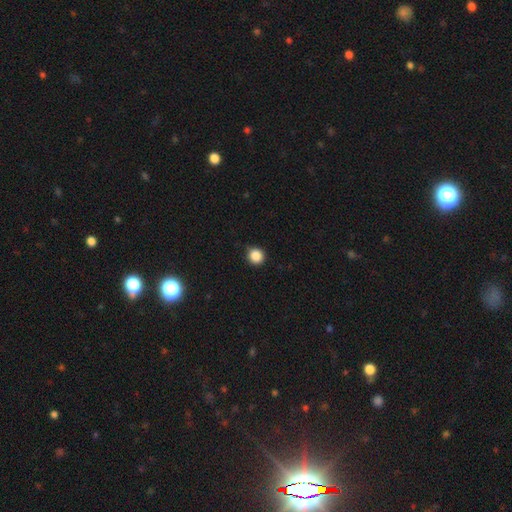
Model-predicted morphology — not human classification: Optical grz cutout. It shows a smooth galaxy with no disk features (86%) that is round (94%). Merging: none (88%).